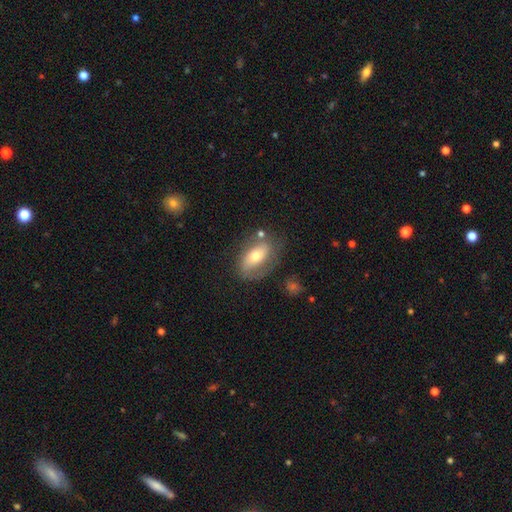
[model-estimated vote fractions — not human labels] Q: Smooth or featured?
A: smooth (46%); tied with: featured or disk (46%)
Q: Merging?
A: none (64%); runner-up: minor disturbance (20%)